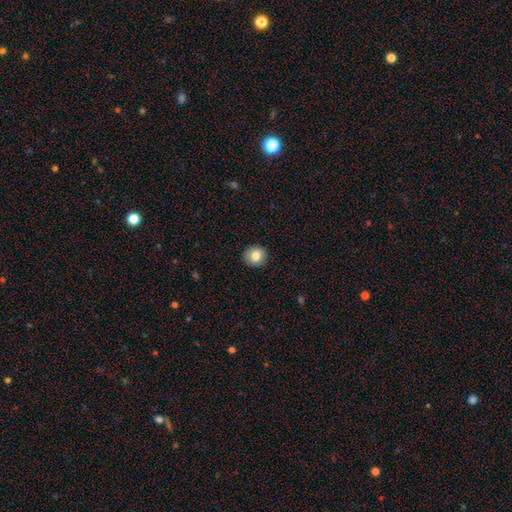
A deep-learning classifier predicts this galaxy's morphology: This appears to be a smooth galaxy with no disk features (81%) that is round (84%). Merging: none (90%).